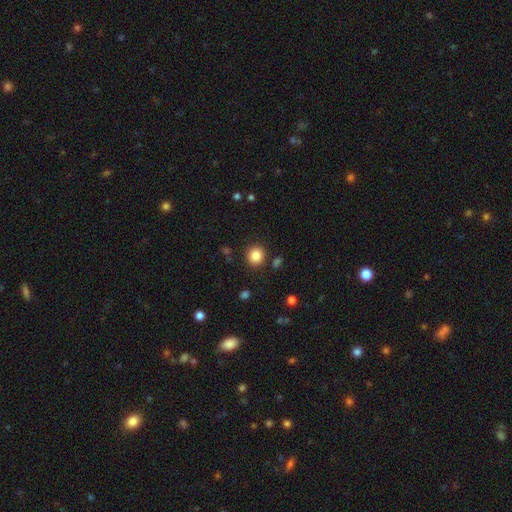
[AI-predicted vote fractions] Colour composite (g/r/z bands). It shows a smooth galaxy with no disk features (84%) that is round (90%). Merging: none (88%).